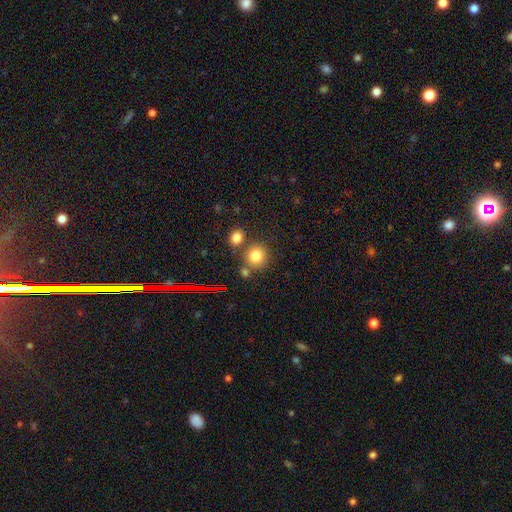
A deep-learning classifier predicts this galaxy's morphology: A smooth galaxy with no disk features (79%) that is round (86%). Merging: none (69%).